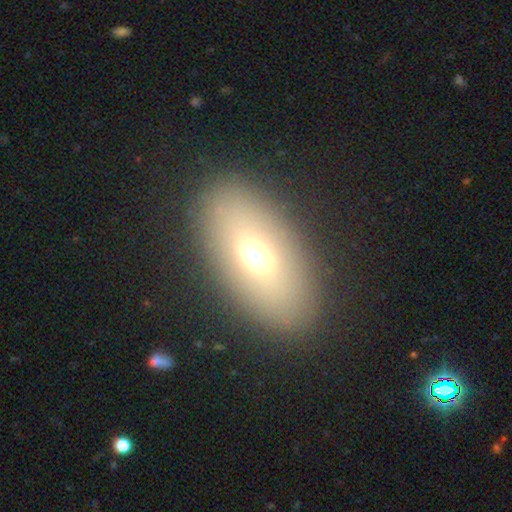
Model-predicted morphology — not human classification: This appears to be a smooth galaxy with no disk features (64%) that is in between round and cigar-shaped (88%). Merging: none (87%).